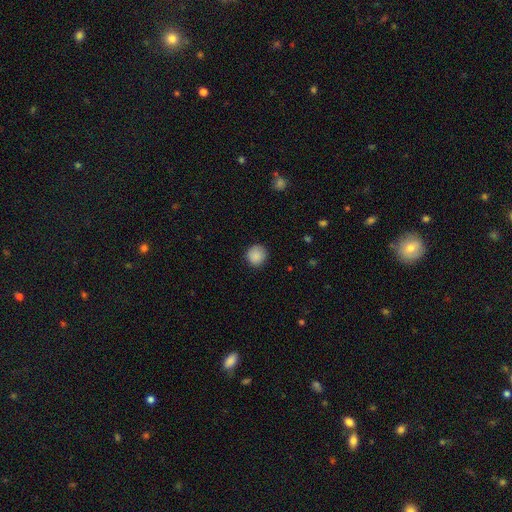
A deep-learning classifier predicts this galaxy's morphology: This appears to be a smooth galaxy with no disk features (88%) that is round (92%). Merging: none (88%).